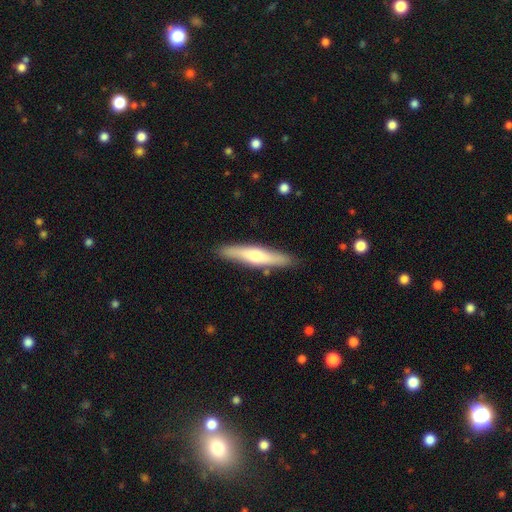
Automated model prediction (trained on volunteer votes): Overall: featured or disk (49%; smooth 45%). Merging: none (88%).